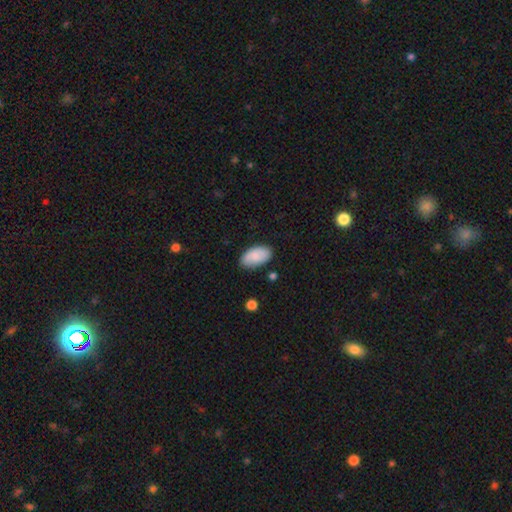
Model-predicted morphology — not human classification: Overall: smooth (84%). How rounded: in between (95%). Merging: none (76%).